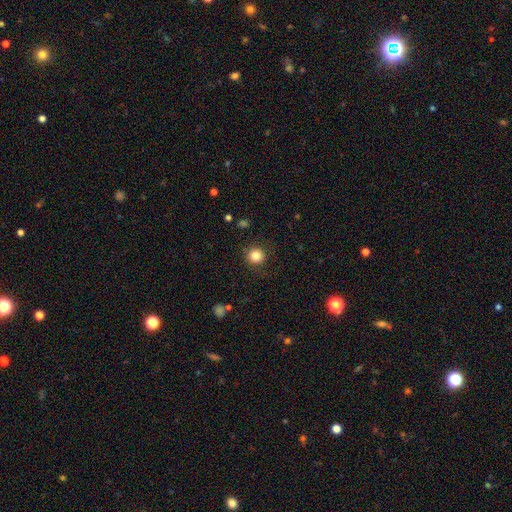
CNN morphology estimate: Smooth or featured? smooth (84%)
How rounded? round (93%)
Merging? none (88%)